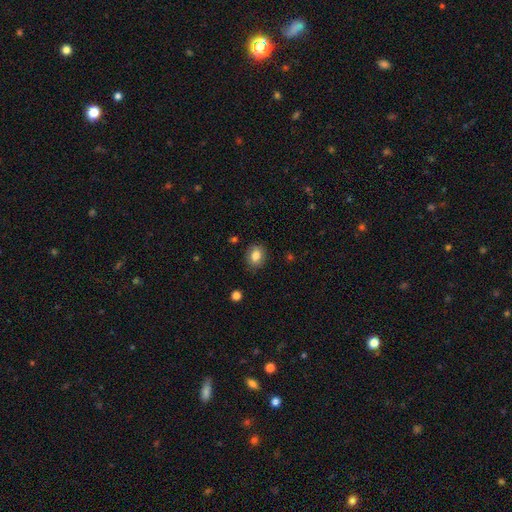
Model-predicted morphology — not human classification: smooth_or_featured: smooth (p=0.83) [alt: star or artifact p=0.09]
how_rounded: in between (p=0.56) [alt: round p=0.43]
merging: none (p=0.86) [alt: minor disturbance p=0.11]